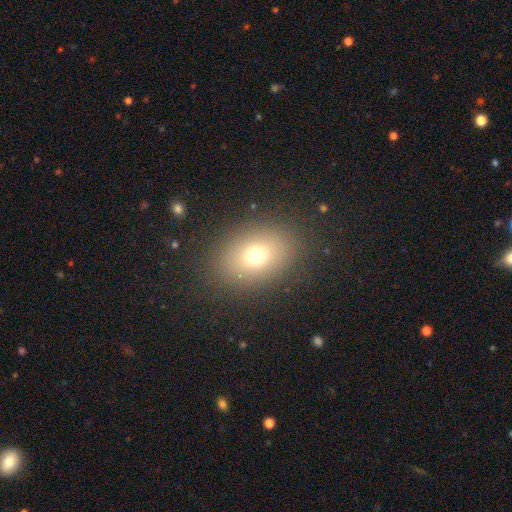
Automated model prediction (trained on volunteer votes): Morphology: type=smooth (72%); roundness=in between (69%); merging=none (86%).